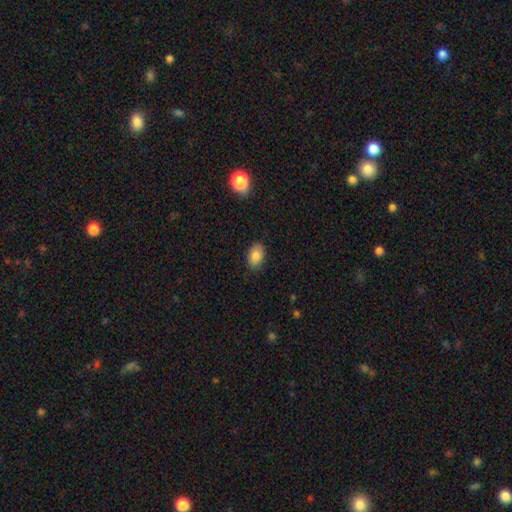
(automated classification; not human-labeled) A smooth galaxy with no disk features (83%) that is in between round and cigar-shaped (87%).

Vote fractions:
- Smooth or featured? smooth: 83% / star or artifact: 8% / featured or disk: 8%
- How rounded? in between: 87% / round: 11% / cigar-shaped: 1%
- Merging? none: 86% / minor disturbance: 11% / major disturbance: 2% / merger: 1%